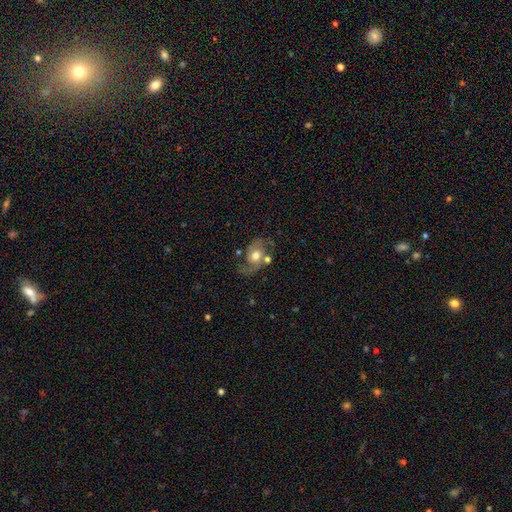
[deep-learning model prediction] Smooth or featured? Predicted: featured or disk (p=0.78). Edge-on disk? Predicted: no (p=0.97). Bar? Predicted: no (p=0.72). Spiral arms? Predicted: yes (p=0.92). Spiral winding? Predicted: medium (p=0.49). Spiral arm count? Predicted: 2 (p=0.87). Bulge size? Predicted: moderate (p=0.73). Merging? Predicted: none (p=0.62).